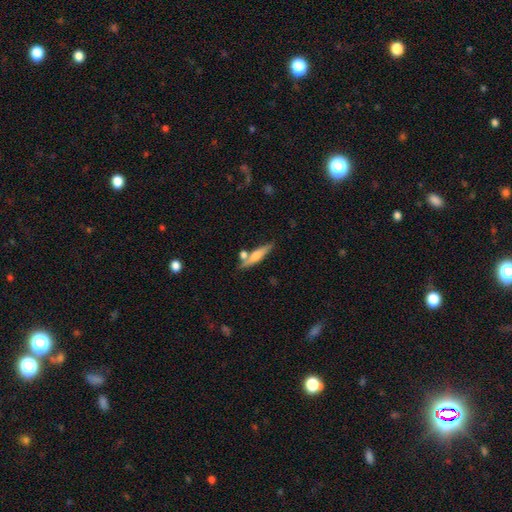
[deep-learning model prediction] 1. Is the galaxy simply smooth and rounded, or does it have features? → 56% smooth, 37% featured or disk, 7% star or artifact.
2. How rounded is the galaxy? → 81% cigar-shaped, 16% in between, 3% round.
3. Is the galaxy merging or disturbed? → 64% none, 19% merger, 14% minor disturbance, 4% major disturbance.